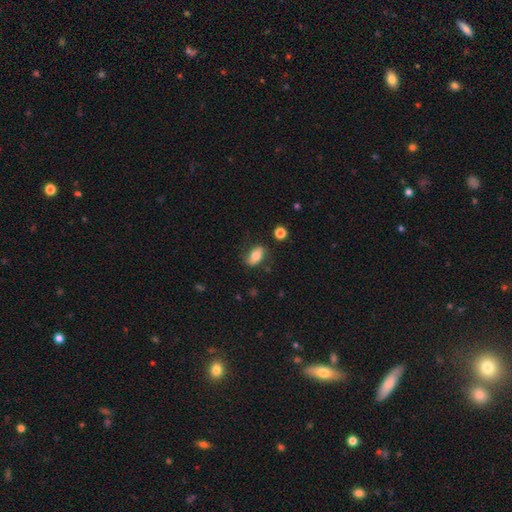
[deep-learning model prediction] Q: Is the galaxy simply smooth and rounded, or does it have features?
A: smooth — 68%.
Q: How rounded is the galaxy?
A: in between — 87%.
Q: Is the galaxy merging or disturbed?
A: none — 70%.